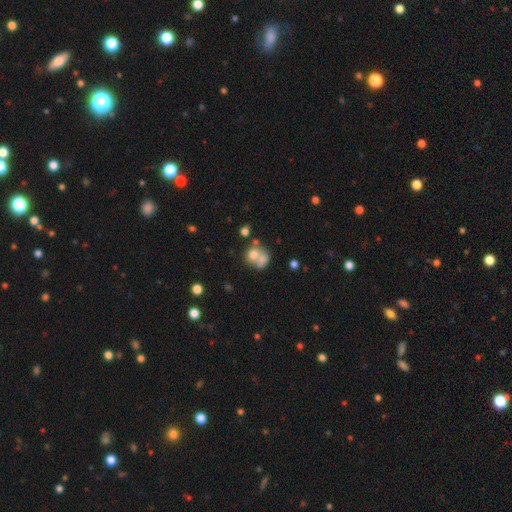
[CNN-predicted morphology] type=smooth (67%); roundness=round (62%); merging=merger (53%).